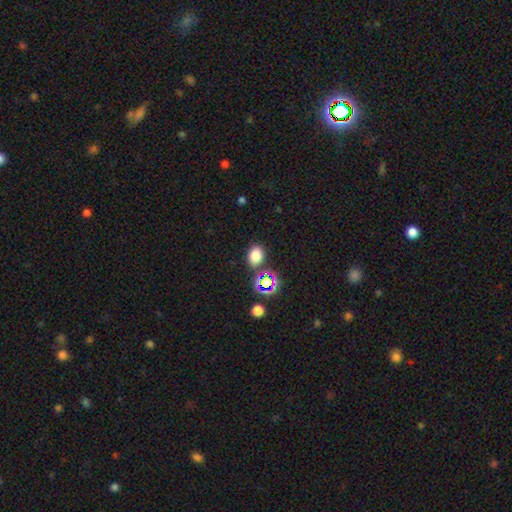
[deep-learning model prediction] Smooth or featured: smooth — 74% (star or artifact — 20%)
How rounded: in between — 60% (round — 39%)
Merging: none — 78% (minor disturbance — 11%)